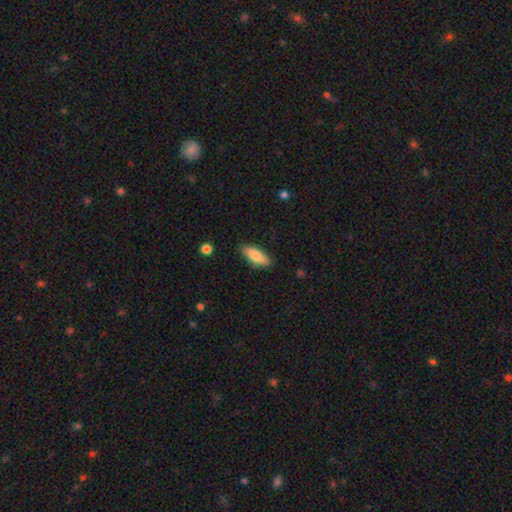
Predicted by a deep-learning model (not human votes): A smooth galaxy with no disk features (79%) that is in between round and cigar-shaped (71%).

Vote fractions:
- Smooth or featured? smooth: 79% / featured or disk: 15% / star or artifact: 6%
- How rounded? in between: 71% / cigar-shaped: 27% / round: 2%
- Merging? none: 84% / minor disturbance: 12% / major disturbance: 2% / merger: 1%